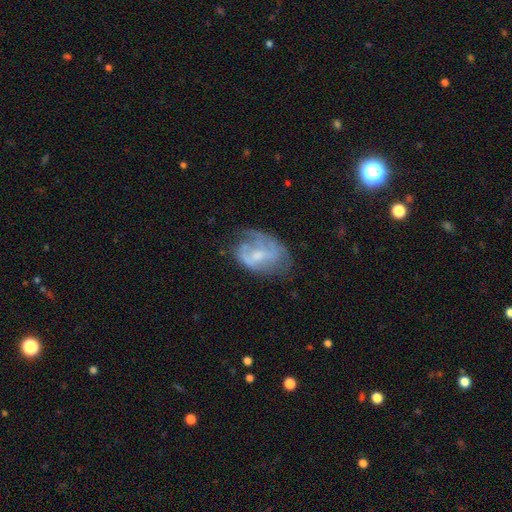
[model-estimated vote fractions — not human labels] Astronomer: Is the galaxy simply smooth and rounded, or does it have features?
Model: featured or disk — 62%.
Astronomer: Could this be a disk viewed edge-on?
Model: no — 96%.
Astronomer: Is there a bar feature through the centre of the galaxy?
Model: no — 49% (runner-up: weak, 41%).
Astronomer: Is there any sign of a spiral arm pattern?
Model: yes — 59% (runner-up: no, 41%).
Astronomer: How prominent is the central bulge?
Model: small — 41% (runner-up: moderate, 39%).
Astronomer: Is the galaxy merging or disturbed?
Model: none — 44% (runner-up: minor disturbance, 29%).